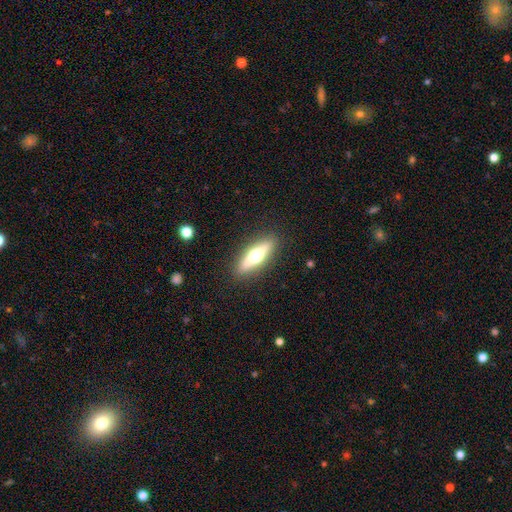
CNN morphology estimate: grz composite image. It shows a featured or disk galaxy (52%) viewed edge-on (88%). Merging: none (88%).